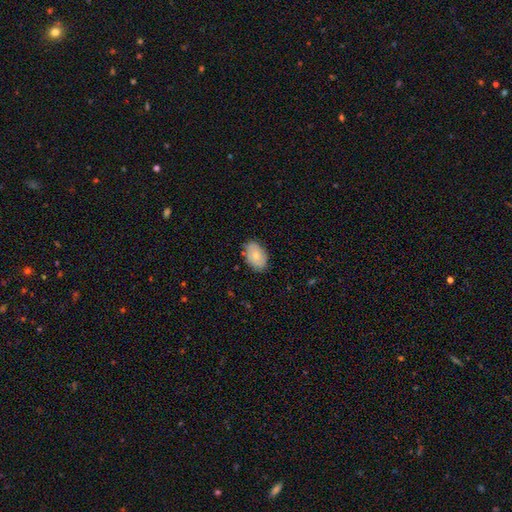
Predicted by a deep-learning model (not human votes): Smooth or featured? smooth (70%)
How rounded? in between (87%)
Merging? none (82%)